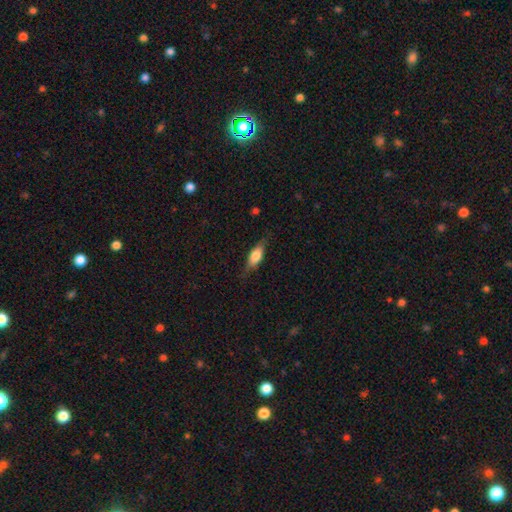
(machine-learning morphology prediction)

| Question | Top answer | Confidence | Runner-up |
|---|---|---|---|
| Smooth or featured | smooth | 69% | featured or disk (25%) |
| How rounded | in between | 71% | cigar-shaped (25%) |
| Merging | none | 75% | minor disturbance (19%) |